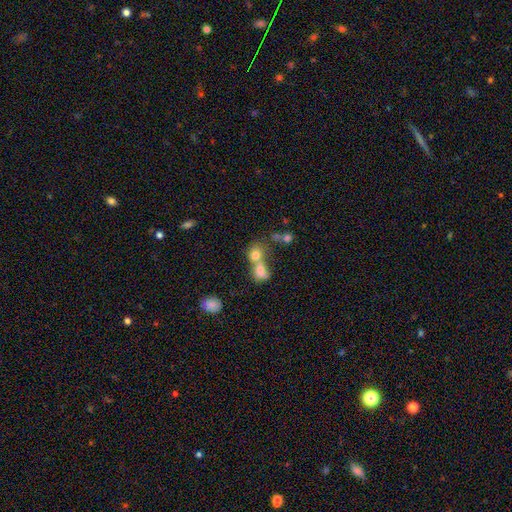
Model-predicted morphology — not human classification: smooth-or-featured: smooth: 75% | featured or disk: 13% | star or artifact: 11%
  how-rounded: round: 57% | in between: 41% | cigar-shaped: 2%
  merging: merger: 63% | none: 25% | minor disturbance: 7% | major disturbance: 5%